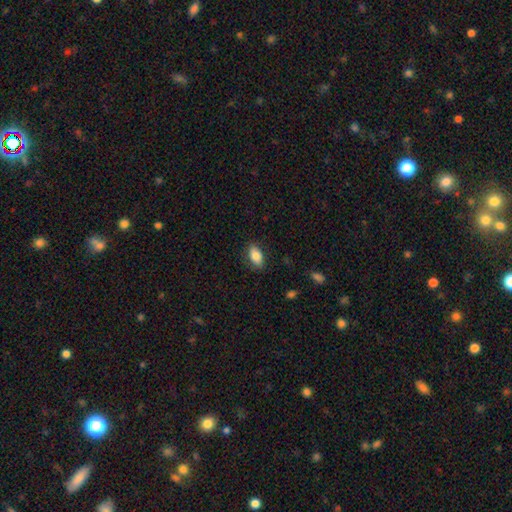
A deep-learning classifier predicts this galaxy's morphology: Overall: smooth (84%). How rounded: in between (91%). Merging: none (86%).